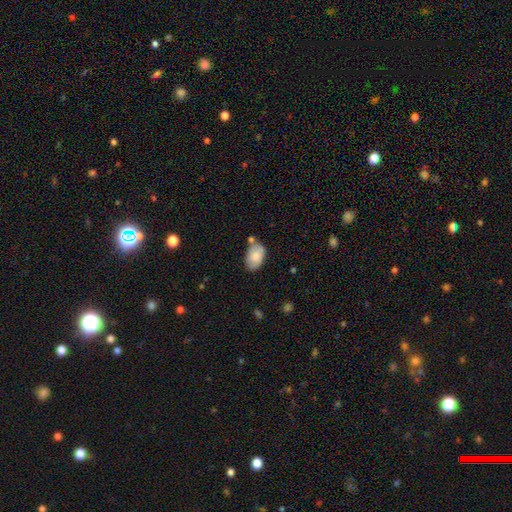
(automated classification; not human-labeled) Morphology: type=smooth (82%); roundness=in between (93%); merging=none (64%).